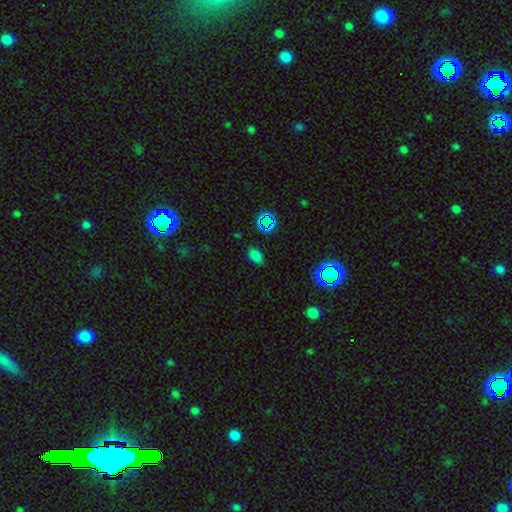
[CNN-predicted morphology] smooth-or-featured: smooth: 71% | star or artifact: 23% | featured or disk: 6%
  how-rounded: in between: 85% | round: 12% | cigar-shaped: 2%
  merging: none: 82% | minor disturbance: 13% | major disturbance: 3% | merger: 2%